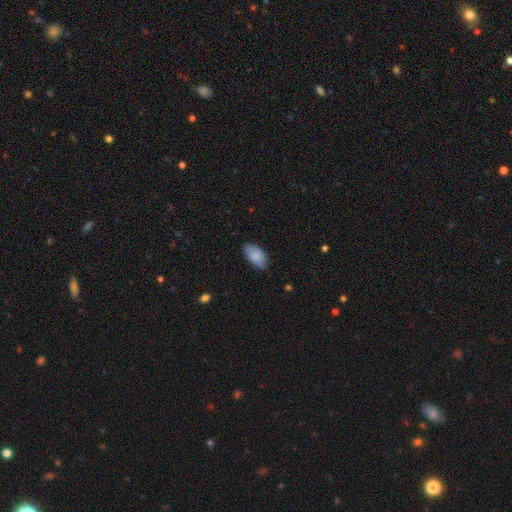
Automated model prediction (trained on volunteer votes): The model was most divided on "merging": none: 78%, minor disturbance: 18%, major disturbance: 3%, merger: 1%. More confident: how rounded — in between (94%); smooth or featured — smooth (82%).